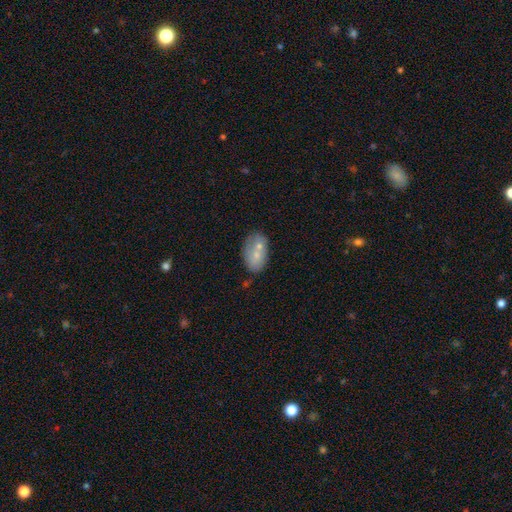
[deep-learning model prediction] This appears to be a smooth galaxy with no disk features (68%) that is in between round and cigar-shaped (90%). Merging: none (47%).